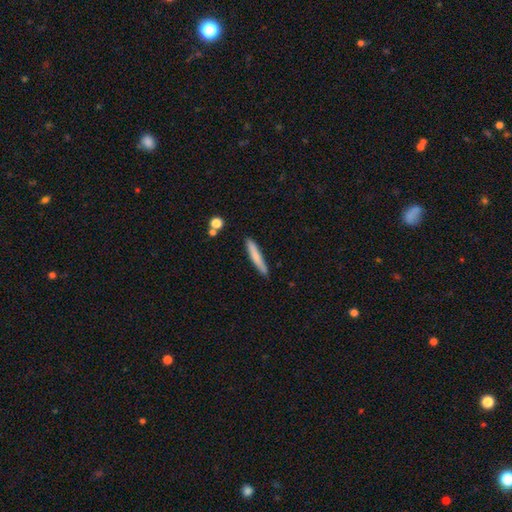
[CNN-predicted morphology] smooth_or_featured: smooth (p=0.72) [alt: featured or disk p=0.22]
how_rounded: cigar-shaped (p=0.94) [alt: in between p=0.04]
merging: none (p=0.87) [alt: minor disturbance p=0.09]